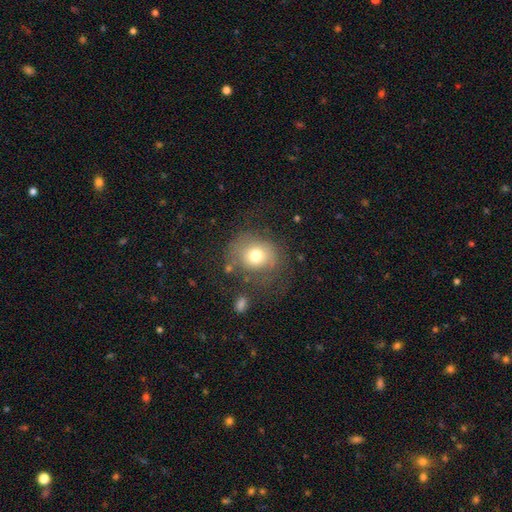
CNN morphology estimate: A smooth galaxy with no disk features (68%) that is round (68%).

Vote fractions:
- Smooth or featured? smooth: 68% / featured or disk: 21% / star or artifact: 11%
- How rounded? round: 68% / in between: 31% / cigar-shaped: 1%
- Merging? none: 54% / minor disturbance: 22% / major disturbance: 21% / merger: 4%